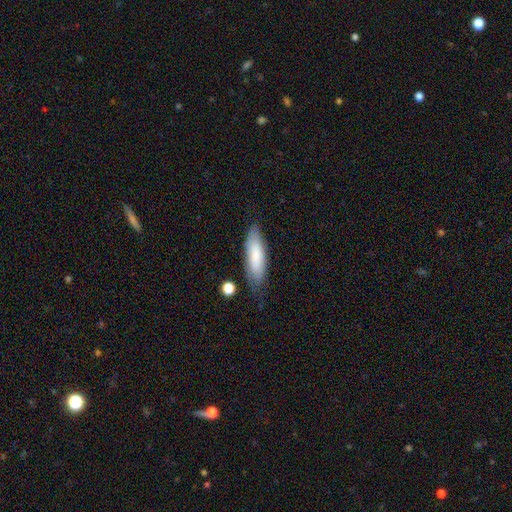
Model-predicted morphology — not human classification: type=smooth (78%); roundness=in between (55%); merging=none (70%).